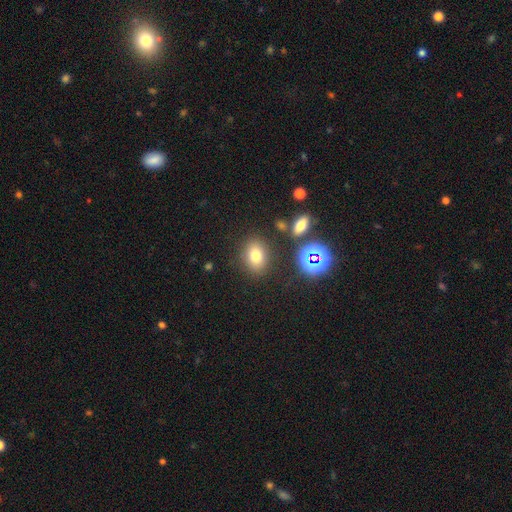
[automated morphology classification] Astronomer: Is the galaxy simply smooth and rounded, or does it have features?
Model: smooth — 73%.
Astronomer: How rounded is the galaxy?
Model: in between — 62%.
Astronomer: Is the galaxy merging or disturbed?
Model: none — 82%.